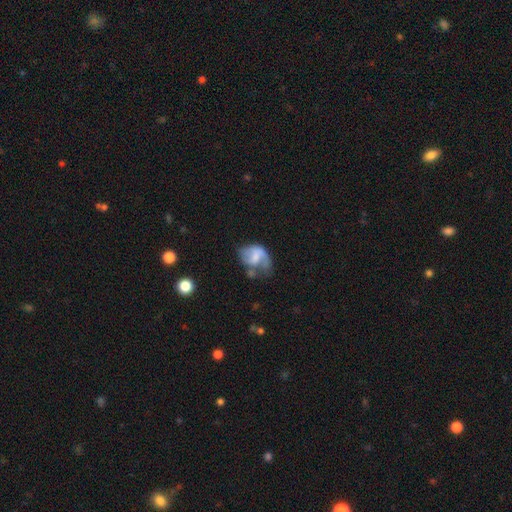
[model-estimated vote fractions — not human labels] Smooth or featured? Predicted: featured or disk (p=0.54). Edge-on disk? Predicted: no (p=0.97). Bar? Predicted: no (p=0.45). Spiral arms? Predicted: yes (p=0.72). Bulge size? Predicted: small (p=0.36). Merging? Predicted: major disturbance (p=0.34).